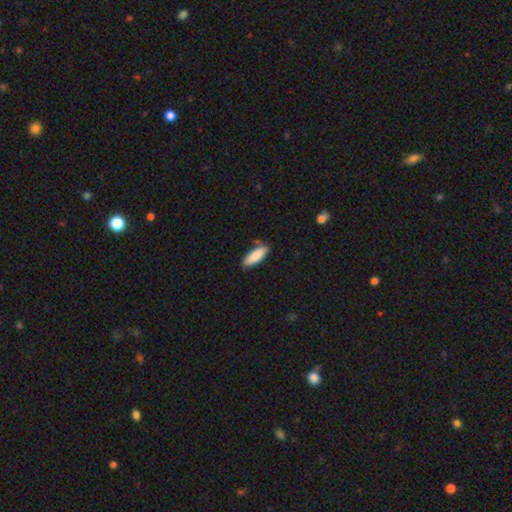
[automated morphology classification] A smooth galaxy with no disk features (86%) that is in between round and cigar-shaped (65%). Merging: none (78%).